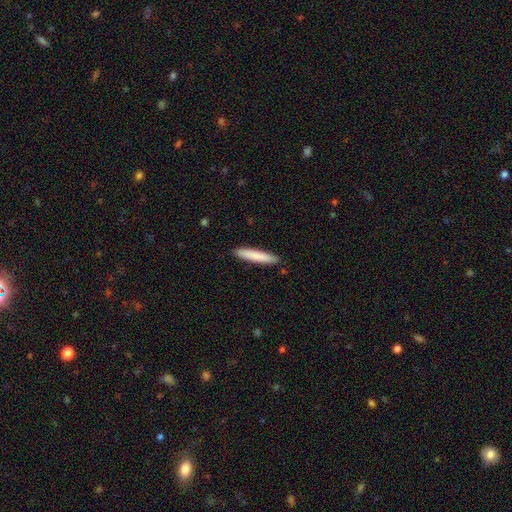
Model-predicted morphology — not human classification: smooth-or-featured: smooth: 83% | featured or disk: 12% | star or artifact: 5%
  how-rounded: cigar-shaped: 92% | in between: 7% | round: 1%
  merging: none: 90% | minor disturbance: 7% | major disturbance: 1% | merger: 1%